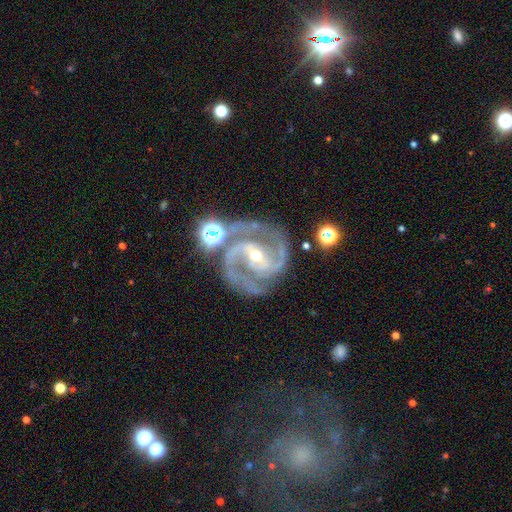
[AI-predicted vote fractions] smooth_or_featured: featured or disk (p=0.92) [alt: star or artifact p=0.06]
disk_edge_on: no (p=0.98) [alt: yes p=0.02]
bar: strong (p=0.39) [tied with: weak p=0.39]
has_spiral_arms: yes (p=0.98) [alt: no p=0.02]
spiral_winding: medium (p=0.56) [alt: tight p=0.36]
spiral_arm_count: 2 (p=0.75) [alt: 3 p=0.15]
bulge_size: moderate (p=0.53) [alt: small p=0.43]
merging: none (p=0.68) [alt: minor disturbance p=0.17]